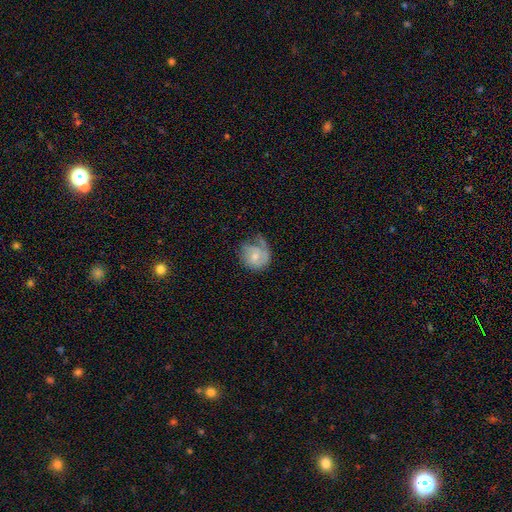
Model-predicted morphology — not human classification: Q: Smooth or featured?
A: featured or disk (56%); runner-up: smooth (38%)
Q: Edge-on disk?
A: no (97%); runner-up: yes (3%)
Q: Bar?
A: no (73%); runner-up: weak (24%)
Q: Spiral arms?
A: yes (81%); runner-up: no (19%)
Q: Bulge size?
A: small (46%); runner-up: moderate (45%)
Q: Merging?
A: none (44%); runner-up: minor disturbance (29%)